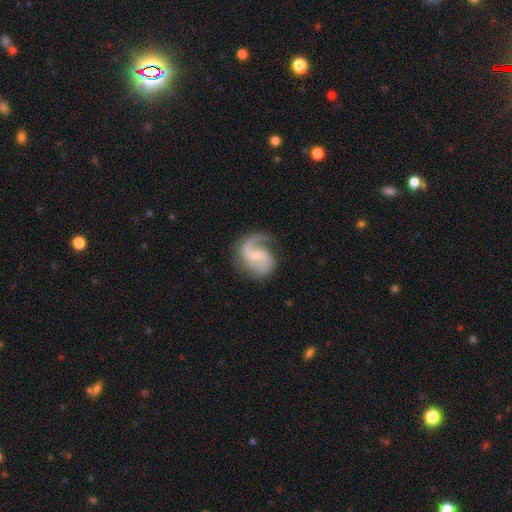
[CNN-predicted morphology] A featured or disk galaxy (88%) with no bar (49%), 2 (71%) medium (51%) spiral arms (97%) and a small central bulge (58%). Merging: none (64%).